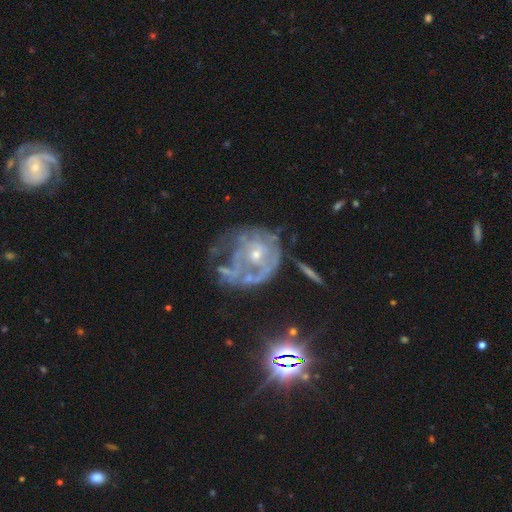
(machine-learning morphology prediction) smooth-or-featured: featured or disk: 69% | smooth: 16% | star or artifact: 15%
  disk-edge-on: no: 97% | yes: 3%
    bar: no: 81% | weak: 16% | strong: 4%
    has-spiral-arms: no: 51% | yes: 49%
    bulge-size: small: 62% | moderate: 29% | none: 6% | large: 2% | dominant: 1%
  merging: major disturbance: 37% | none: 33% | minor disturbance: 22% | merger: 8%